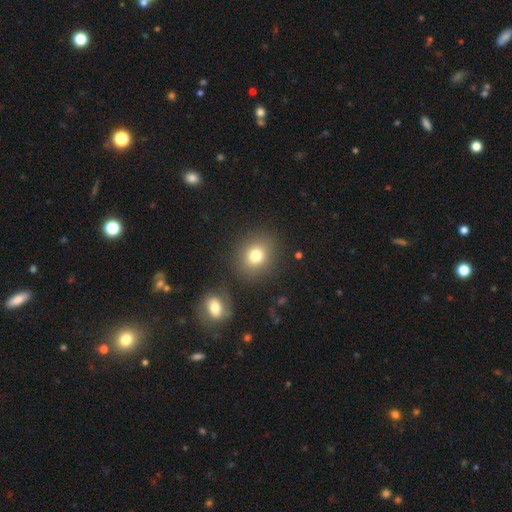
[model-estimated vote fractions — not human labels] Smooth or featured? Predicted: smooth (p=0.78). How rounded? Predicted: round (p=0.70). Merging? Predicted: none (p=0.83).